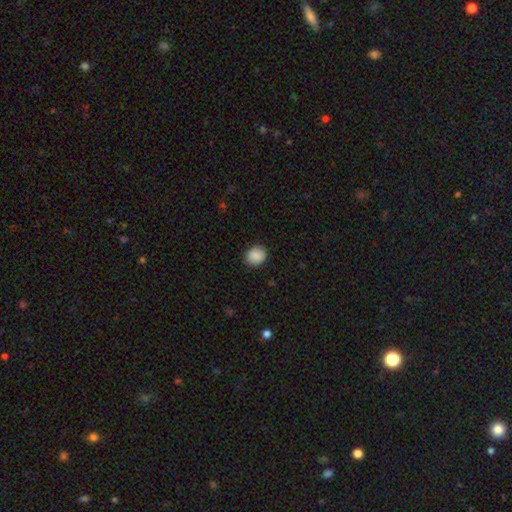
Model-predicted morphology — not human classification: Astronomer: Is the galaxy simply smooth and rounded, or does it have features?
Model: smooth — 89%.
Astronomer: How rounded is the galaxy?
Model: round — 72%.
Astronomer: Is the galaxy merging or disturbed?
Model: none — 88%.